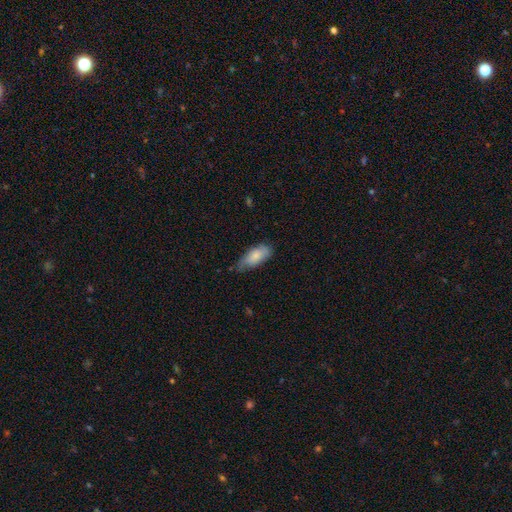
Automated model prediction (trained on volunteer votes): A smooth galaxy with no disk features (76%) that is in between round and cigar-shaped (85%). Merging: none (54%).